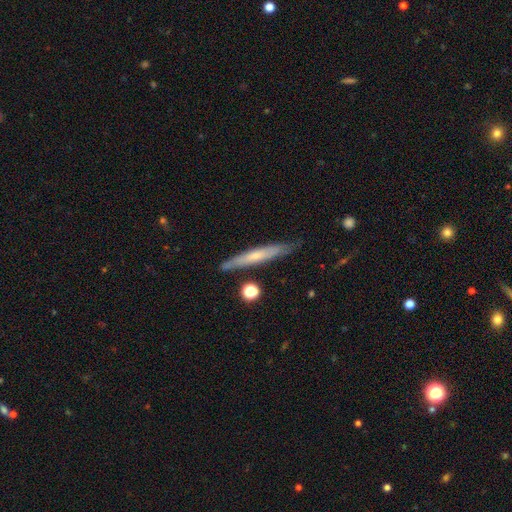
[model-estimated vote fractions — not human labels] This is possibly a featured or disk galaxy (51%). It is clearly viewed edge-on (88%). Merging: clearly none (81%).